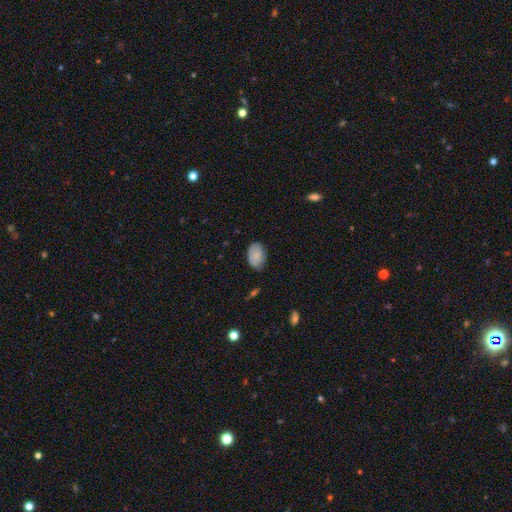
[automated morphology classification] The model was most divided on "merging": none: 71%, minor disturbance: 23%, major disturbance: 4%, merger: 1%. More confident: how rounded — in between (88%); smooth or featured — smooth (80%).